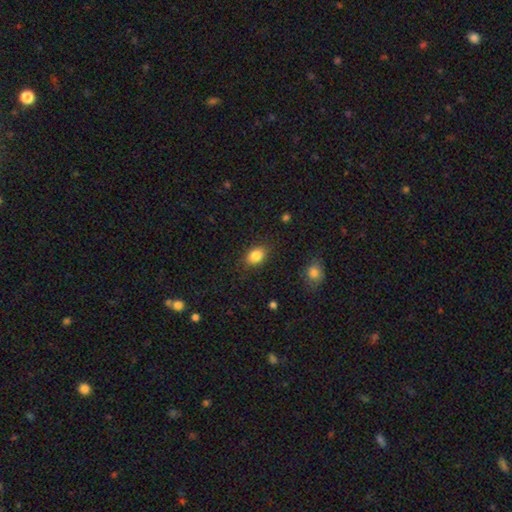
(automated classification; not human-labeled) smooth_or_featured: smooth (p=0.85) [alt: star or artifact p=0.09]
how_rounded: in between (p=0.72) [alt: round p=0.27]
merging: none (p=0.84) [alt: minor disturbance p=0.12]